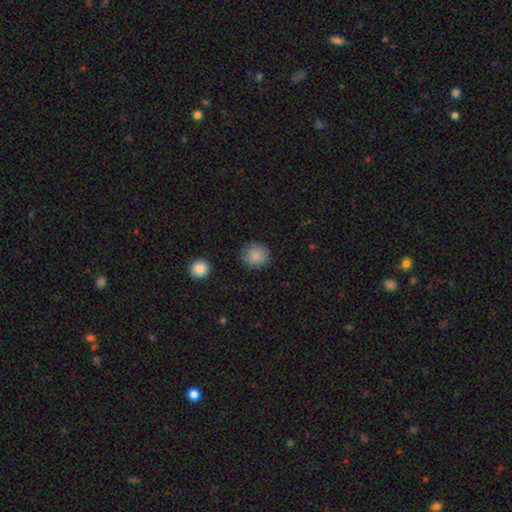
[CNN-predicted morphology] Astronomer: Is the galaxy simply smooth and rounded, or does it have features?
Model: smooth — 87%.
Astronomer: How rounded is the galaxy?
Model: round — 88%.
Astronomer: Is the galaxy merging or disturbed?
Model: none — 86%.